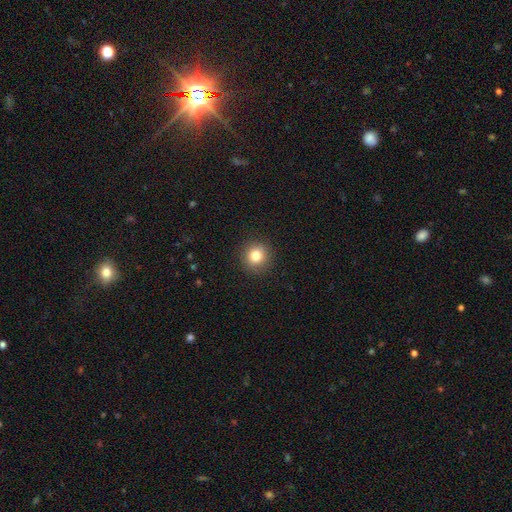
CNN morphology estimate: smooth-or-featured: smooth: 81% | star or artifact: 11% | featured or disk: 8%
  how-rounded: round: 92% | in between: 7% | cigar-shaped: 1%
  merging: none: 91% | minor disturbance: 6% | major disturbance: 2% | merger: 1%